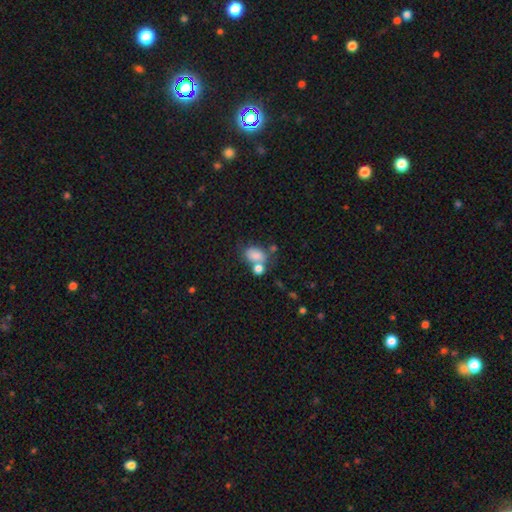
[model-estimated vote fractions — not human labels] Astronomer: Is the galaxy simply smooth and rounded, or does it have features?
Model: smooth — 78%.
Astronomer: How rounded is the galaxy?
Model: in between — 75%.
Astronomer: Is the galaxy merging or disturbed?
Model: merger — 43% (runner-up: none, 34%).